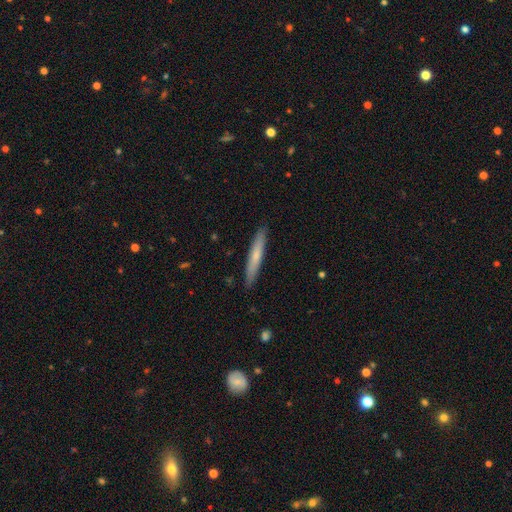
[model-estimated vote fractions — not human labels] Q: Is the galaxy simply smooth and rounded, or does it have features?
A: smooth — 62%.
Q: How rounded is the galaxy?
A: cigar-shaped — 95%.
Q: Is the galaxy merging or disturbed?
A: none — 90%.